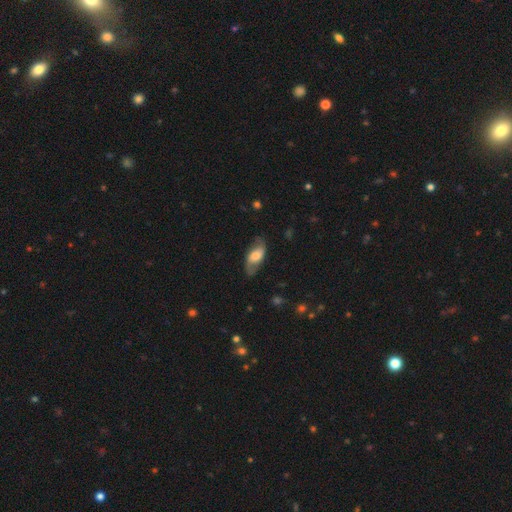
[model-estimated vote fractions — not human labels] A featured or disk galaxy (52%).

Vote fractions:
- Smooth or featured? featured or disk: 52% / smooth: 41% / star or artifact: 7%
- Edge-on disk? no: 85% / yes: 15%
- Merging? none: 71% / minor disturbance: 19% / major disturbance: 8% / merger: 1%